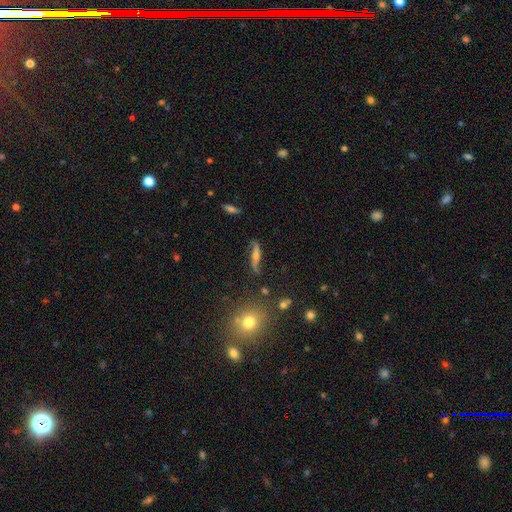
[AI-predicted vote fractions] Smooth or featured: featured or disk — 71% (smooth — 21%)
Edge-on disk: yes — 51% (no — 49%)
Merging: none — 74% (minor disturbance — 17%)